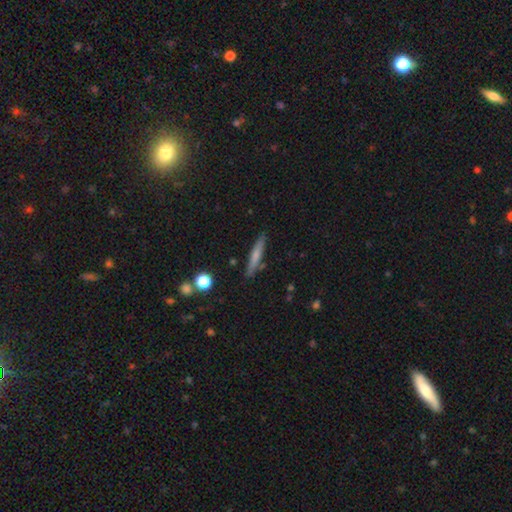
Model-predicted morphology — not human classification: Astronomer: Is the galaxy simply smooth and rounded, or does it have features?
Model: smooth — 61%.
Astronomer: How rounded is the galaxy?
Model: cigar-shaped — 92%.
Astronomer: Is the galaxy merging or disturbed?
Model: none — 85%.